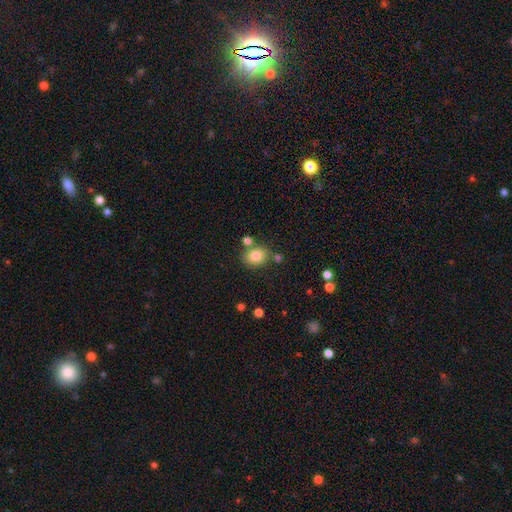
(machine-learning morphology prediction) A smooth galaxy with no disk features (82%) that is in between round and cigar-shaped (51%). Merging: none (70%).